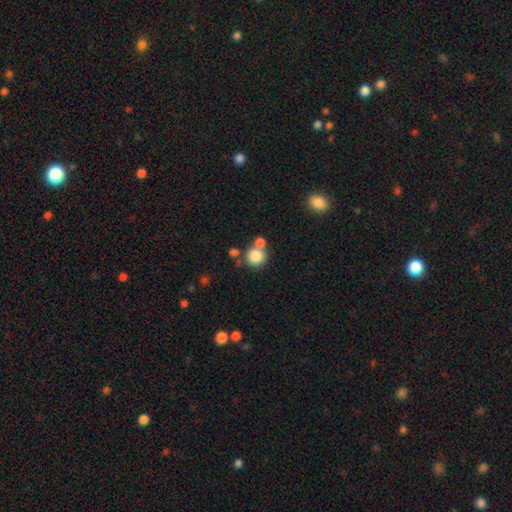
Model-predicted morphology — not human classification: smooth 82%, star or artifact 10%, featured or disk 8%. Down the decision tree: how rounded — round (89%); merging — none (56%).